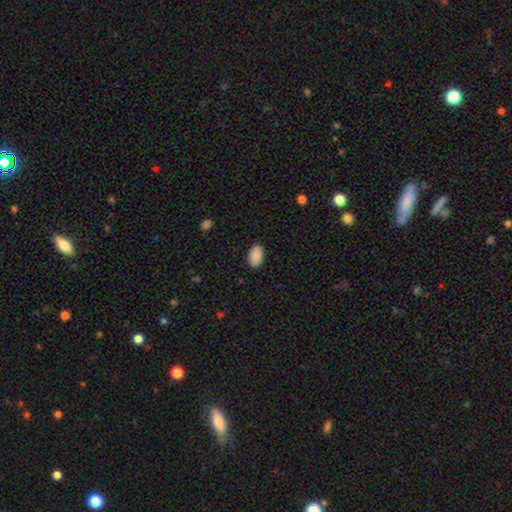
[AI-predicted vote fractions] Overall: smooth (90%). How rounded: in between (93%). Merging: none (88%).